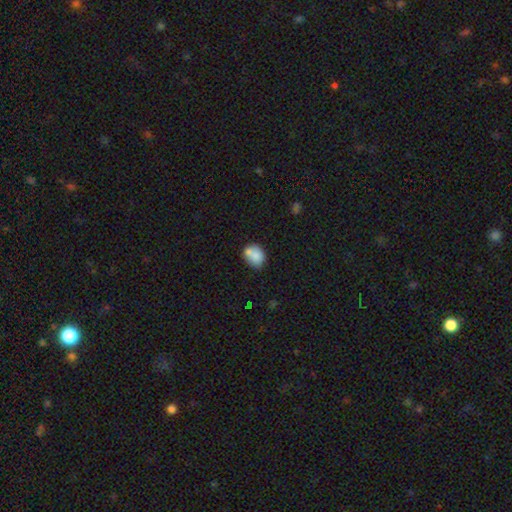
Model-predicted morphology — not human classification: A smooth galaxy with no disk features (79%) that is in between round and cigar-shaped (52%). Merging: none (45%).